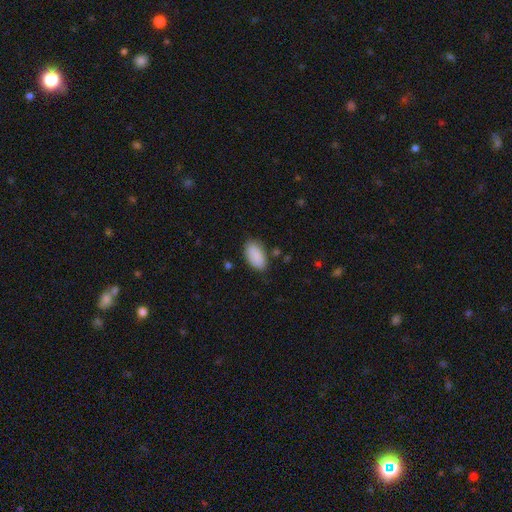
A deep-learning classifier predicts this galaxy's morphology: The model was most divided on "merging": none: 82%, minor disturbance: 13%, major disturbance: 3%, merger: 2%. More confident: how rounded — in between (95%); smooth or featured — smooth (89%).